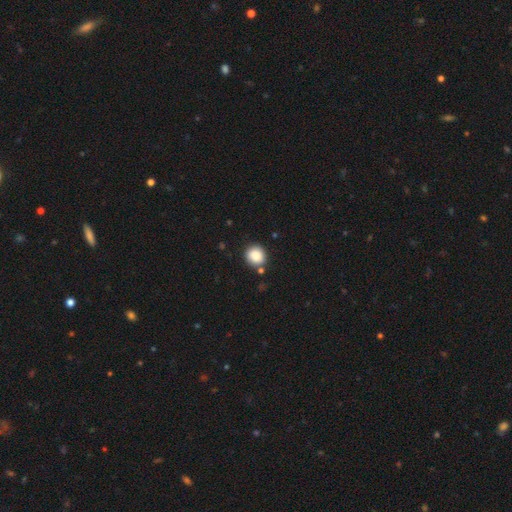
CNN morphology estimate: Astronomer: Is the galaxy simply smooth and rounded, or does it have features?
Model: smooth — 87%.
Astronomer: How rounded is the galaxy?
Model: round — 84%.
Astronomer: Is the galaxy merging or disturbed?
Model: none — 80%.